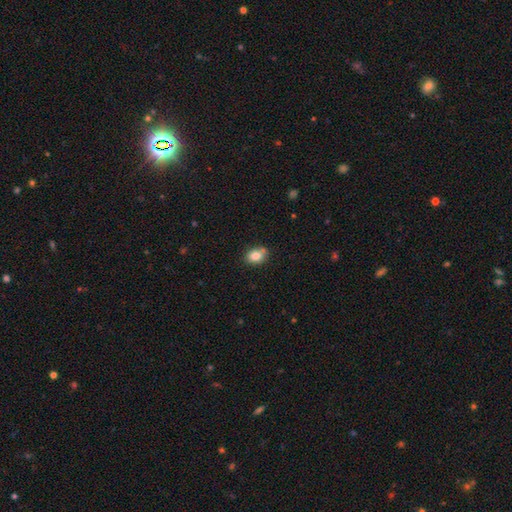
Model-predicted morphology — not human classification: A smooth galaxy with no disk features (83%) that is in between round and cigar-shaped (66%). Merging: none (68%).